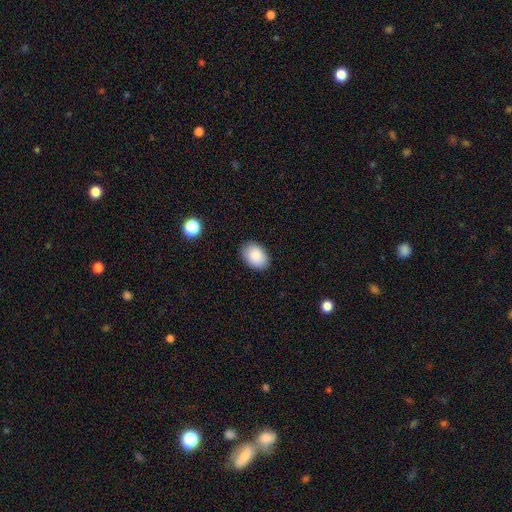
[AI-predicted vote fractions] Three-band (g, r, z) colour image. It shows a smooth galaxy with no disk features (87%) that is in between round and cigar-shaped (82%). Merging: none (86%).